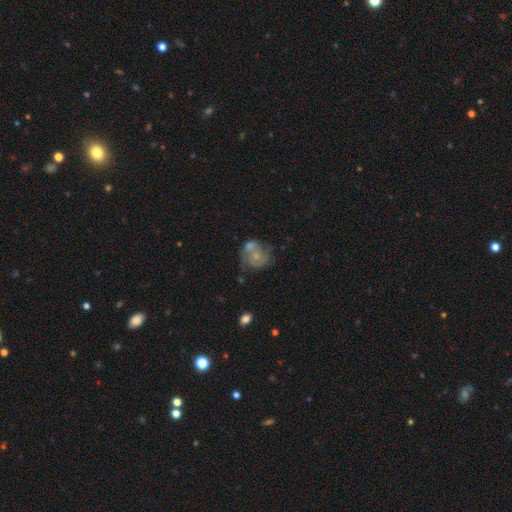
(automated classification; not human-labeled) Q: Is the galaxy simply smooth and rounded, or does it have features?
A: featured or disk — 58%.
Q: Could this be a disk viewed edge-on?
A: no — 98%.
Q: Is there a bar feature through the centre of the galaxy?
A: no — 76%.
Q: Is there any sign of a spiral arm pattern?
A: yes — 77%.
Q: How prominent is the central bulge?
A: small — 53%.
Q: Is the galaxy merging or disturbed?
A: merger — 37%.